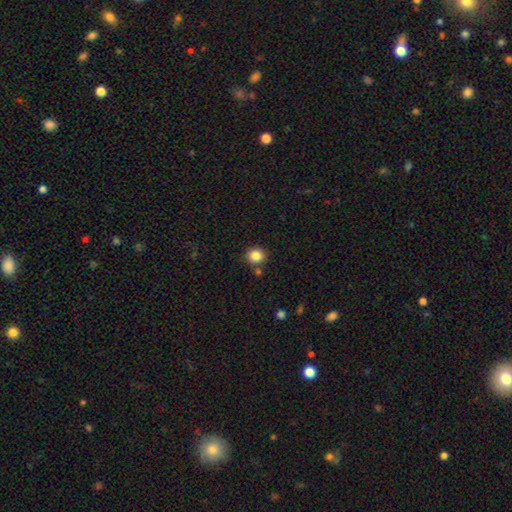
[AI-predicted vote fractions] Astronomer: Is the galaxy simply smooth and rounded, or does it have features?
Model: smooth — 84%.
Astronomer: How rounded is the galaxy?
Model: round — 83%.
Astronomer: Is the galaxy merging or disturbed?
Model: none — 83%.